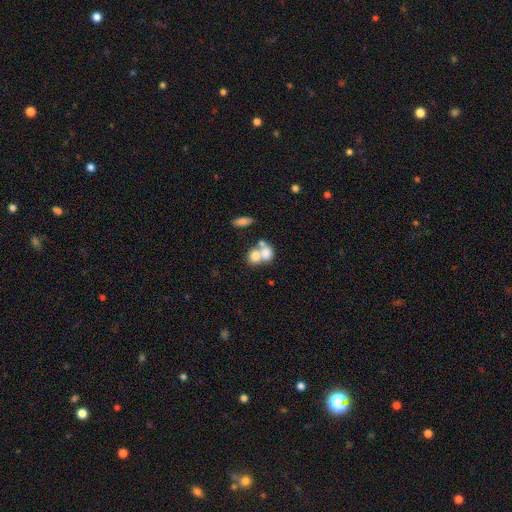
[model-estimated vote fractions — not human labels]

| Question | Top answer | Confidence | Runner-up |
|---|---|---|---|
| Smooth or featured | smooth | 71% | featured or disk (19%) |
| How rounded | round | 57% | in between (41%) |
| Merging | merger | 63% | none (26%) |